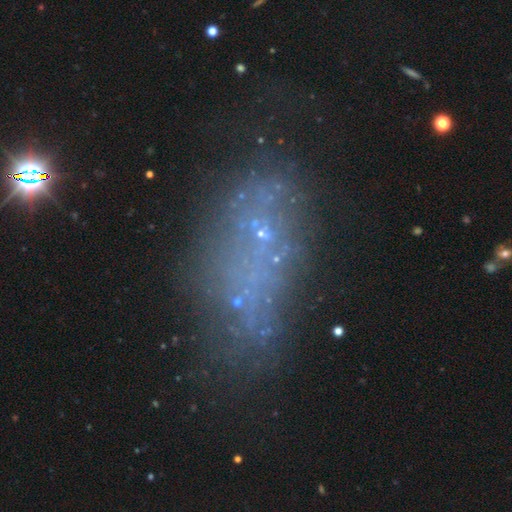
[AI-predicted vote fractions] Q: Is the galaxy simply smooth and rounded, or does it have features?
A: featured or disk — 36%.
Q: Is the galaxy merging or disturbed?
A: none — 47%.